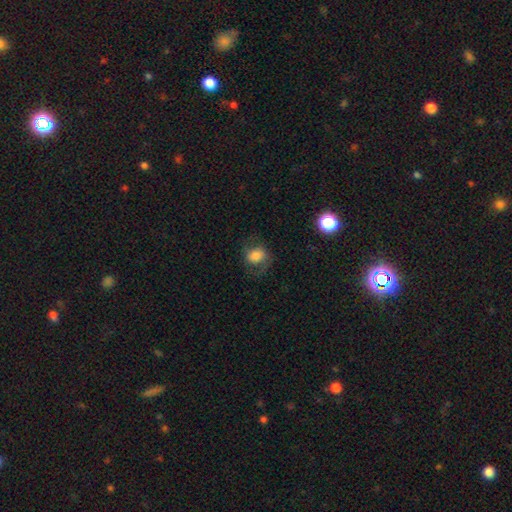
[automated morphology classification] smooth 58%, featured or disk 33%, star or artifact 10%. Down the decision tree: how rounded — round (57%); merging — none (65%).